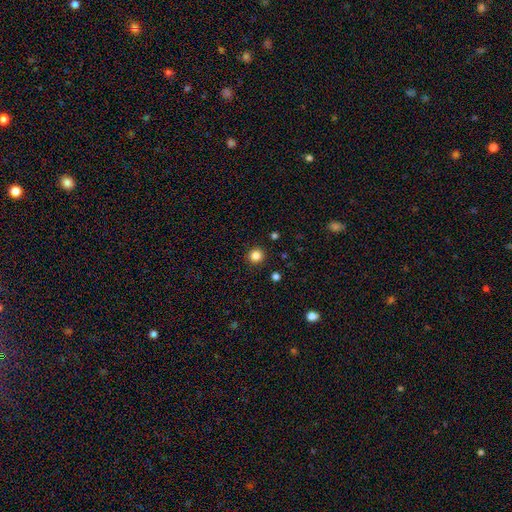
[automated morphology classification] This is clearly a smooth galaxy (84%). How rounded: clearly round (93%). Merging: clearly none (92%).